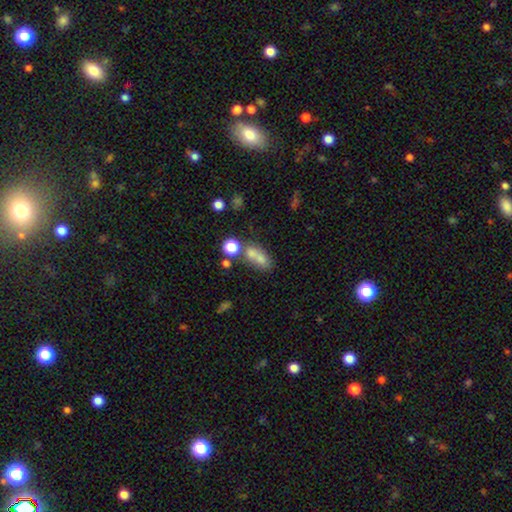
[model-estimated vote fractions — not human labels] The model was most divided on "merging": merger: 44%, none: 37%, minor disturbance: 11%, major disturbance: 7%. More confident: smooth or featured — smooth (69%); how rounded — in between (64%).